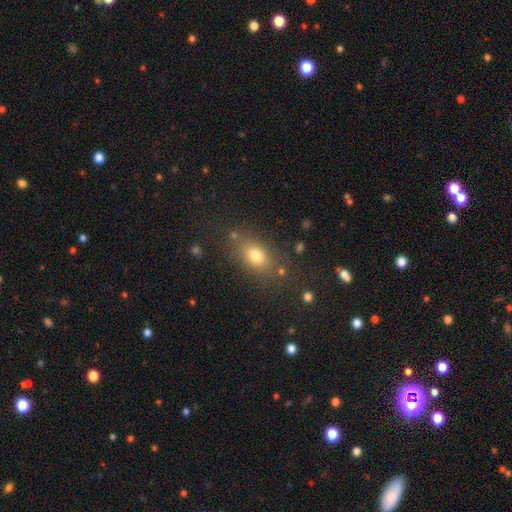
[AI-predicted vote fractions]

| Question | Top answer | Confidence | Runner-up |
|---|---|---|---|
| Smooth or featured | smooth | 75% | star or artifact (14%) |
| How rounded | in between | 73% | round (23%) |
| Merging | none | 76% | minor disturbance (14%) |